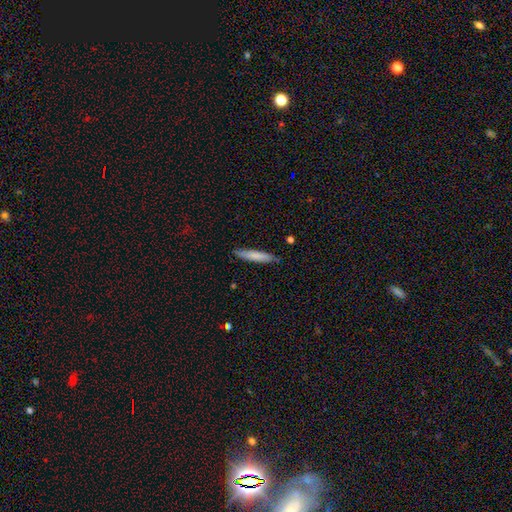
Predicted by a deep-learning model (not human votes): Overall: smooth (77%). How rounded: cigar-shaped (89%). Merging: none (85%).